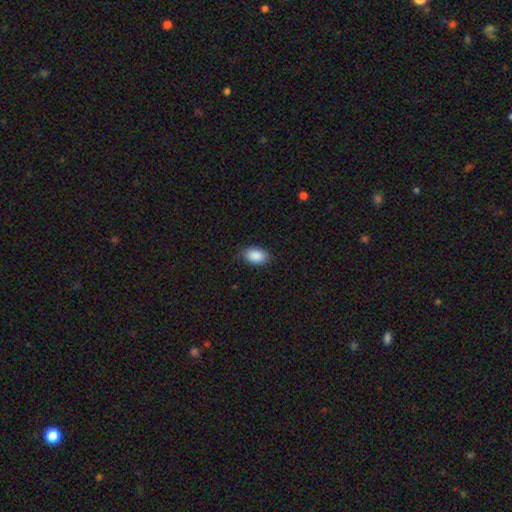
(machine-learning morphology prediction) Smooth or featured? Predicted: smooth (p=0.89). How rounded? Predicted: in between (p=0.91). Merging? Predicted: none (p=0.83).